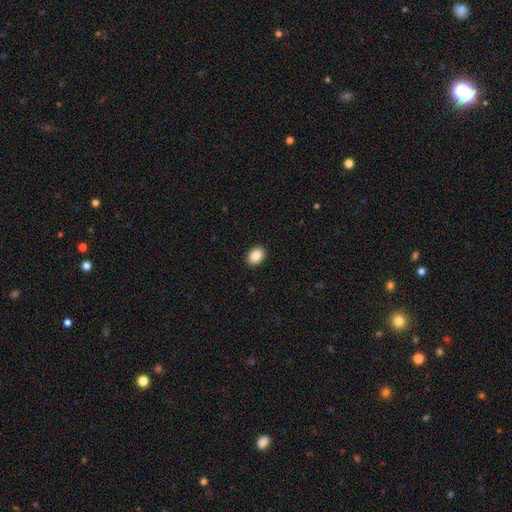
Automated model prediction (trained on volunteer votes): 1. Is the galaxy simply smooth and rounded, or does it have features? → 88% smooth, 8% star or artifact, 4% featured or disk.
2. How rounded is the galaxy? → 72% in between, 27% round, 1% cigar-shaped.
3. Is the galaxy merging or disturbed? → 91% none, 6% minor disturbance, 2% major disturbance, 1% merger.